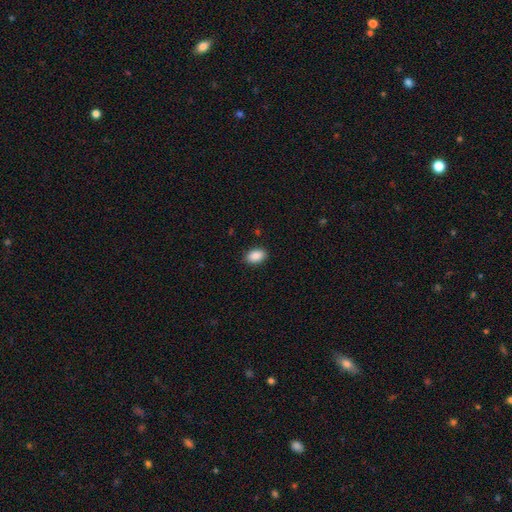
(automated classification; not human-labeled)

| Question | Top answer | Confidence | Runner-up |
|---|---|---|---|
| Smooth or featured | smooth | 90% | star or artifact (7%) |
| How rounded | in between | 90% | round (9%) |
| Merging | none | 88% | minor disturbance (8%) |